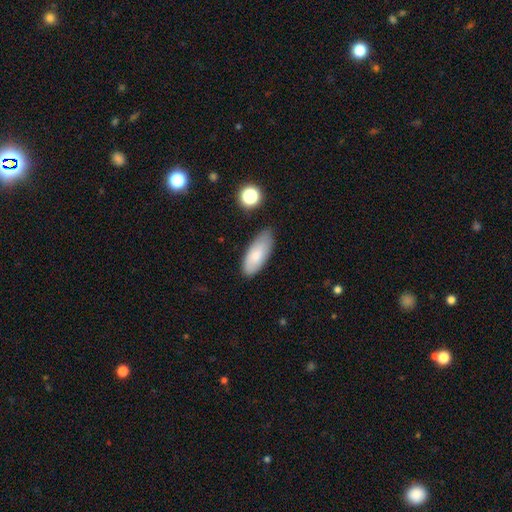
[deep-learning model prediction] This appears to be a smooth galaxy with no disk features (78%) that is in between round and cigar-shaped (82%). Merging: none (74%).